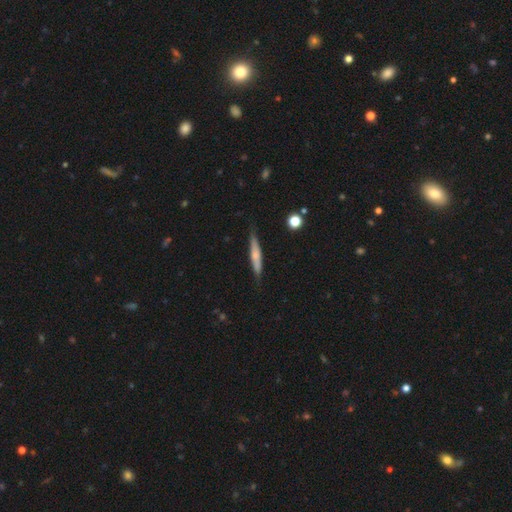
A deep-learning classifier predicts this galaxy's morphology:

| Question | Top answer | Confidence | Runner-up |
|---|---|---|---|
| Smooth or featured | smooth | 54% | featured or disk (40%) |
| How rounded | cigar-shaped | 90% | in between (8%) |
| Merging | none | 81% | minor disturbance (15%) |